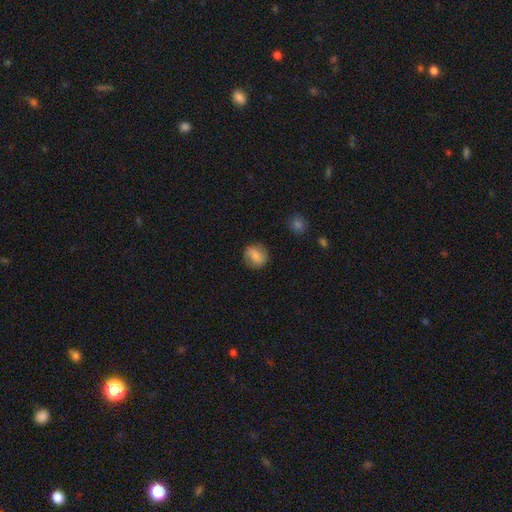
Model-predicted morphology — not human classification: Smooth or featured: smooth — 74% (featured or disk — 17%)
How rounded: round — 76% (in between — 23%)
Merging: none — 80% (minor disturbance — 14%)